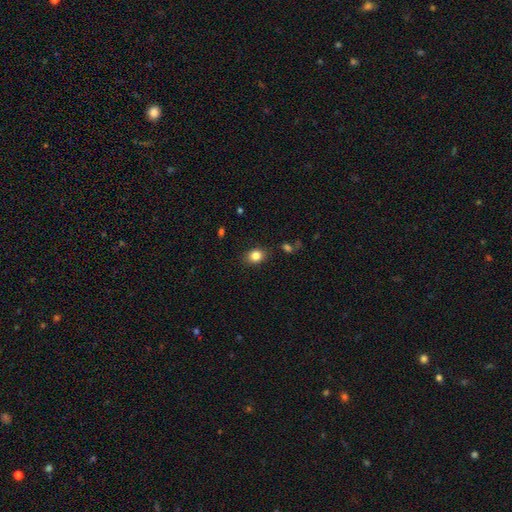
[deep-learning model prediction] Morphology: type=smooth (84%); roundness=round (50%); merging=none (85%).